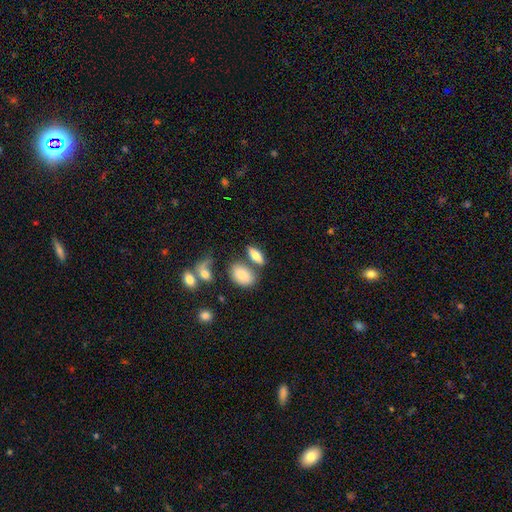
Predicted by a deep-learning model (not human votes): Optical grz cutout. It shows a smooth galaxy with no disk features (75%) that is in between round and cigar-shaped (76%). Merging: none (62%).